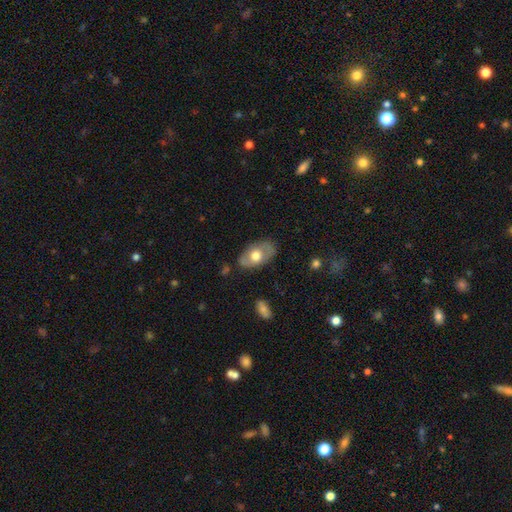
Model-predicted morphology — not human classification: A smooth galaxy with no disk features (54%) that is in between round and cigar-shaped (89%).

Vote fractions:
- Smooth or featured? smooth: 54% / featured or disk: 40% / star or artifact: 6%
- How rounded? in between: 89% / round: 9% / cigar-shaped: 2%
- Merging? none: 75% / minor disturbance: 18% / major disturbance: 5% / merger: 2%